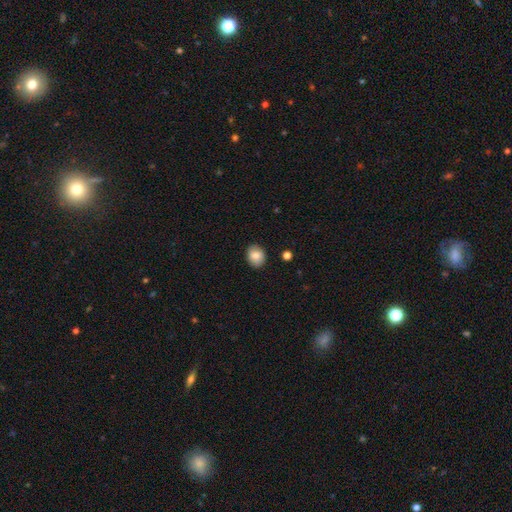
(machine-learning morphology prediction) Smooth or featured?
  - smooth: 83% *
  - featured or disk: 9%
  - star or artifact: 8%
How rounded?
  - round: 60% *
  - in between: 39%
  - cigar-shaped: 1%
Merging?
  - none: 87% *
  - minor disturbance: 10%
  - major disturbance: 2%
  - merger: 1%